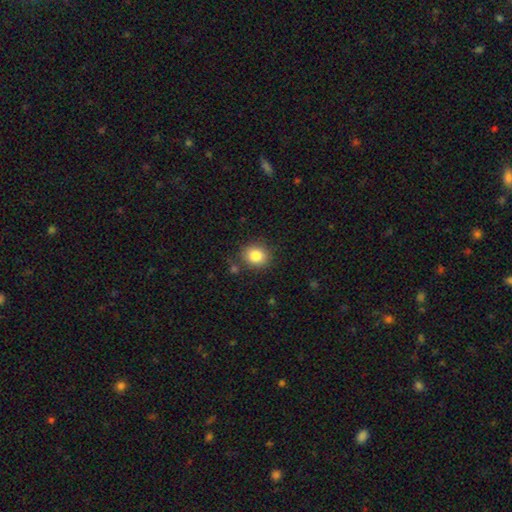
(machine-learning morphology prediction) Smooth or featured: smooth — 84% (star or artifact — 10%)
How rounded: round — 73% (in between — 26%)
Merging: none — 83% (minor disturbance — 10%)